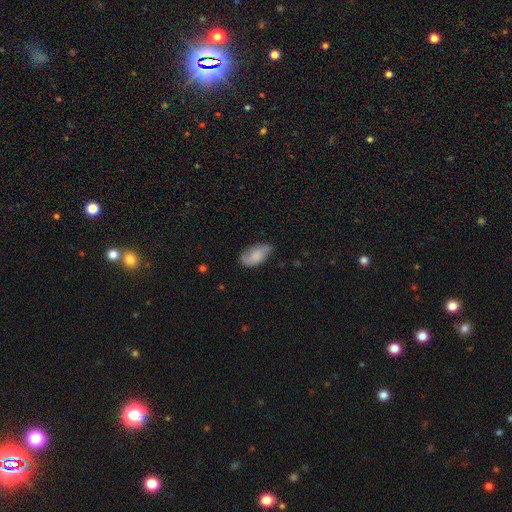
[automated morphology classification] Smooth or featured? smooth (63%)
How rounded? in between (92%)
Merging? none (64%)